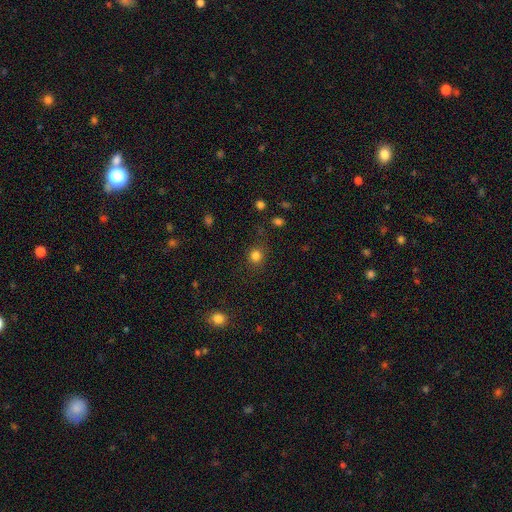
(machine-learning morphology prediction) smooth 81%, star or artifact 14%, featured or disk 5%. Down the decision tree: how rounded — round (86%); merging — none (83%).